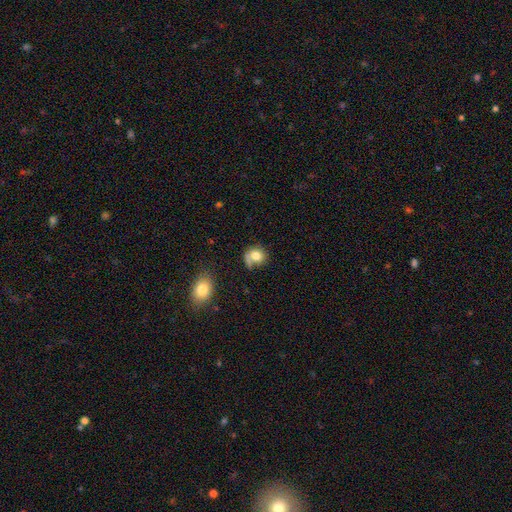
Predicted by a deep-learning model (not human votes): smooth-or-featured: smooth: 75% | featured or disk: 16% | star or artifact: 9%
  how-rounded: round: 75% | in between: 24% | cigar-shaped: 1%
  merging: none: 45% | minor disturbance: 24% | major disturbance: 18% | merger: 13%